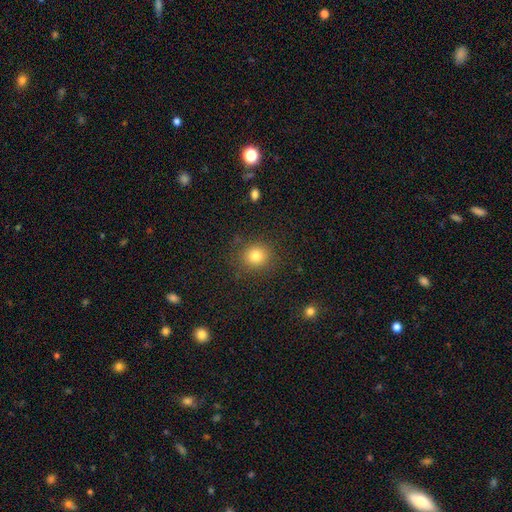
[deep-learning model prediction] smooth-or-featured: smooth: 80% | star or artifact: 13% | featured or disk: 7%
  how-rounded: round: 85% | in between: 14% | cigar-shaped: 1%
  merging: none: 86% | minor disturbance: 9% | major disturbance: 3% | merger: 1%